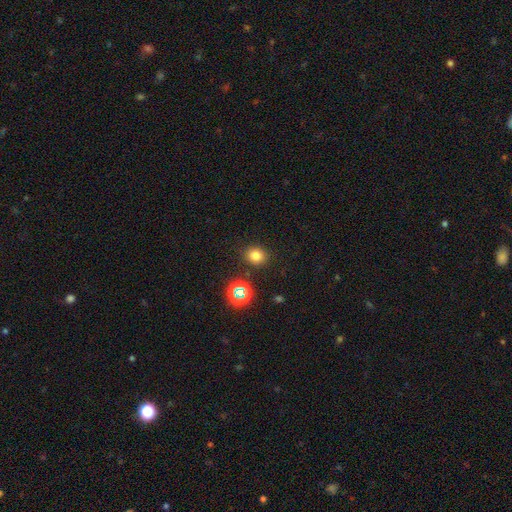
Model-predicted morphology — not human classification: A smooth galaxy with no disk features (76%) that is round (78%). Merging: none (87%).